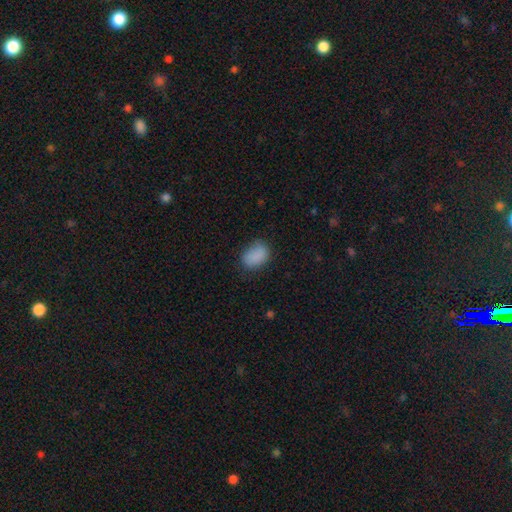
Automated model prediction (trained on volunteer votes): smooth-or-featured: smooth: 86% | star or artifact: 9% | featured or disk: 5%
  how-rounded: in between: 76% | round: 23% | cigar-shaped: 1%
  merging: none: 68% | minor disturbance: 24% | major disturbance: 6% | merger: 1%